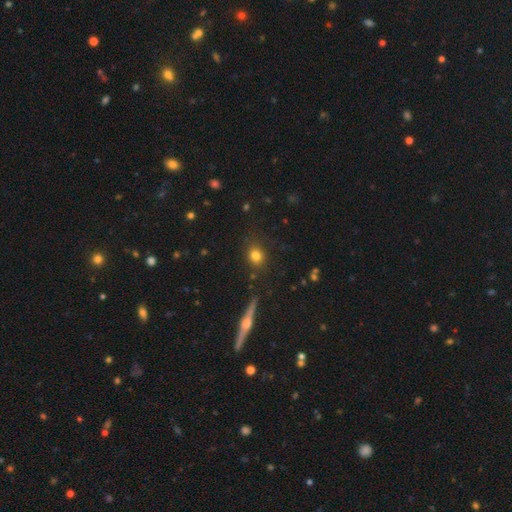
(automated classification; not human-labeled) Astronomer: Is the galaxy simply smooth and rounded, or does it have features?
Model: smooth — 80%.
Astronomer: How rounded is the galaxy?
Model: round — 74%.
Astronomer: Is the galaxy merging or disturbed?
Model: none — 81%.